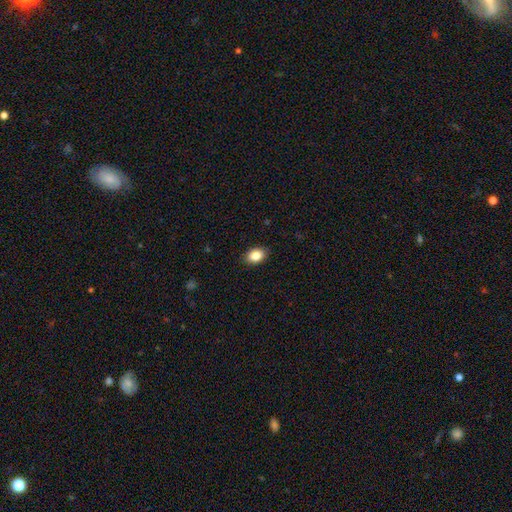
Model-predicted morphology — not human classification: smooth-or-featured: smooth: 85% | star or artifact: 9% | featured or disk: 6%
  how-rounded: in between: 75% | round: 24% | cigar-shaped: 1%
  merging: none: 88% | minor disturbance: 9% | major disturbance: 2% | merger: 1%